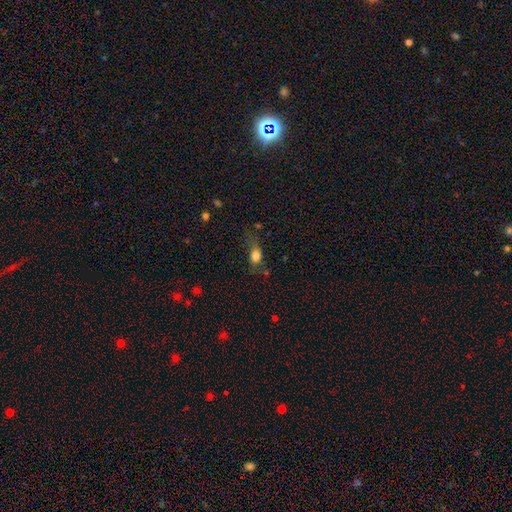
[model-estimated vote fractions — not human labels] smooth-or-featured: smooth: 75% | featured or disk: 14% | star or artifact: 11%
  how-rounded: in between: 63% | round: 30% | cigar-shaped: 7%
  merging: none: 39% | minor disturbance: 29% | major disturbance: 28% | merger: 4%